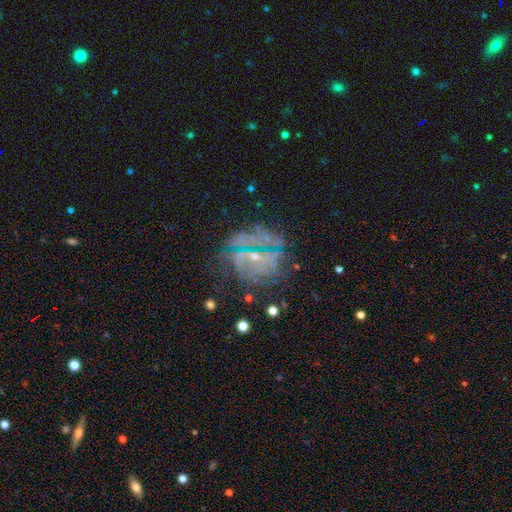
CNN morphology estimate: featured or disk 61%, star or artifact 23%, smooth 16%. Down the decision tree: edge-on disk — no (95%); bar — no (51%); spiral arms — yes (69%); bulge size — small (71%); merging — none (65%).